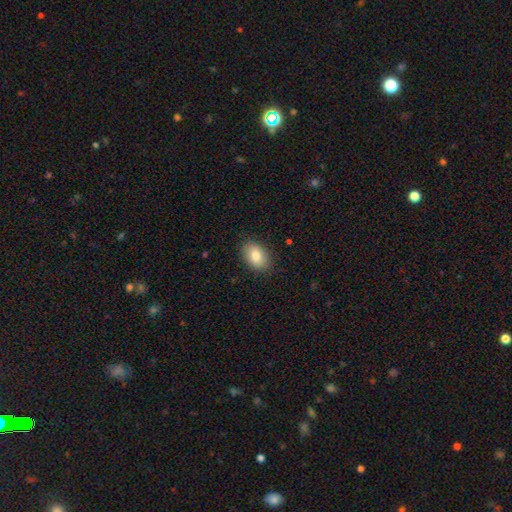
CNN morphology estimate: The model was most divided on "how rounded": in between: 85%, round: 14%, cigar-shaped: 1%. More confident: merging — none (87%); smooth or featured — smooth (83%).